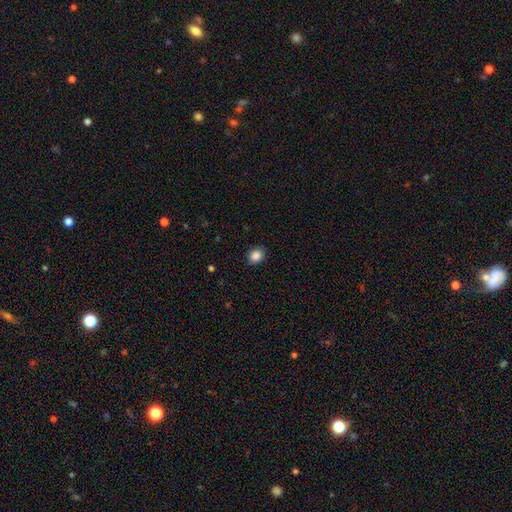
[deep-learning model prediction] Smooth or featured?
  - smooth: 87% *
  - star or artifact: 9%
  - featured or disk: 4%
How rounded?
  - round: 54% *
  - in between: 45%
  - cigar-shaped: 1%
Merging?
  - none: 89% *
  - minor disturbance: 8%
  - major disturbance: 2%
  - merger: 1%